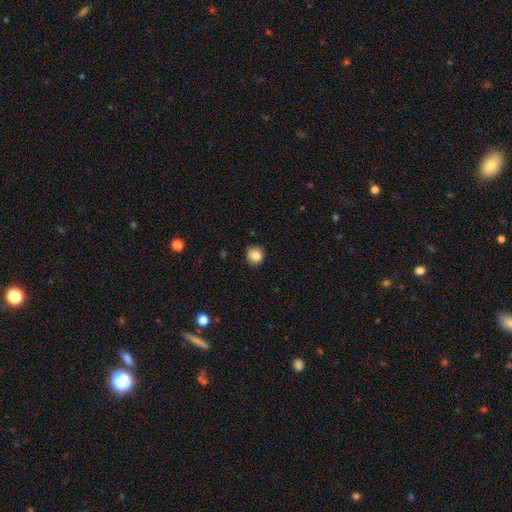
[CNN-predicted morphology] This appears to be a smooth galaxy with no disk features (83%) that is round (90%). Merging: none (84%).